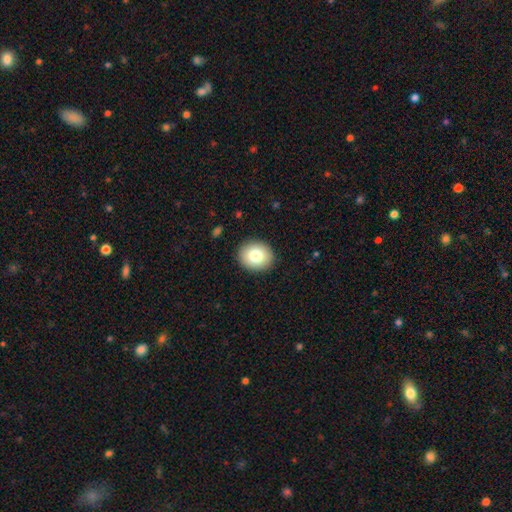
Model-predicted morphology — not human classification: Smooth or featured?
  - smooth: 79% *
  - featured or disk: 12%
  - star or artifact: 9%
How rounded?
  - round: 67% *
  - in between: 32%
  - cigar-shaped: 1%
Merging?
  - none: 91% *
  - minor disturbance: 6%
  - major disturbance: 2%
  - merger: 1%